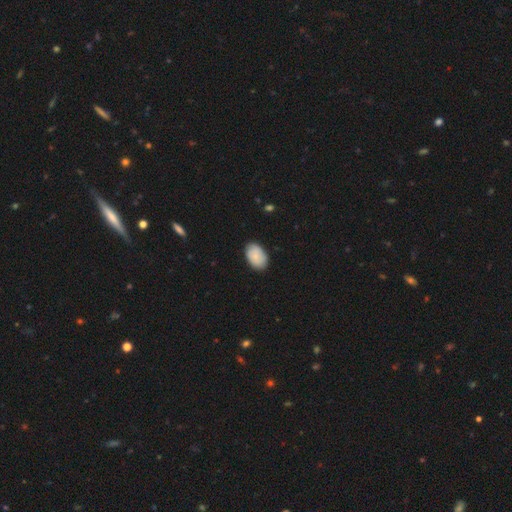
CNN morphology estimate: smooth 80%, featured or disk 14%, star or artifact 6%. Down the decision tree: how rounded — in between (89%); merging — none (85%).